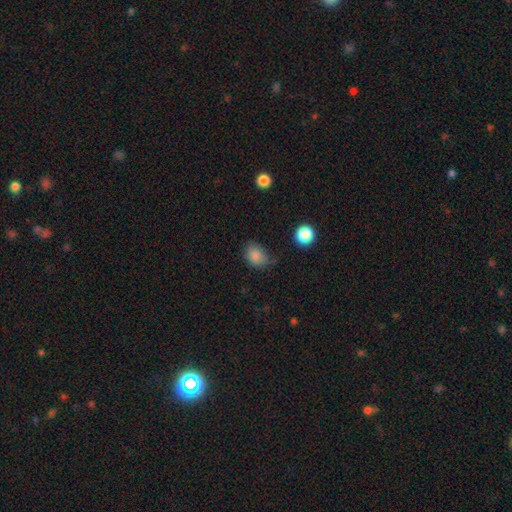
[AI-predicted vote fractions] Q: Smooth or featured?
A: smooth (84%); runner-up: star or artifact (11%)
Q: How rounded?
A: in between (63%); runner-up: round (36%)
Q: Merging?
A: none (62%); runner-up: minor disturbance (29%)